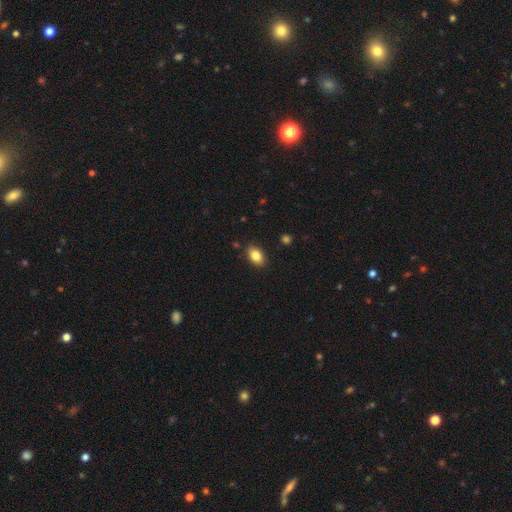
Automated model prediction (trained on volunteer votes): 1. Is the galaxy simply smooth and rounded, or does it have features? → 84% smooth, 8% star or artifact, 8% featured or disk.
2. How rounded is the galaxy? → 87% in between, 12% round, 2% cigar-shaped.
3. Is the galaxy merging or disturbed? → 87% none, 9% minor disturbance, 2% major disturbance, 1% merger.